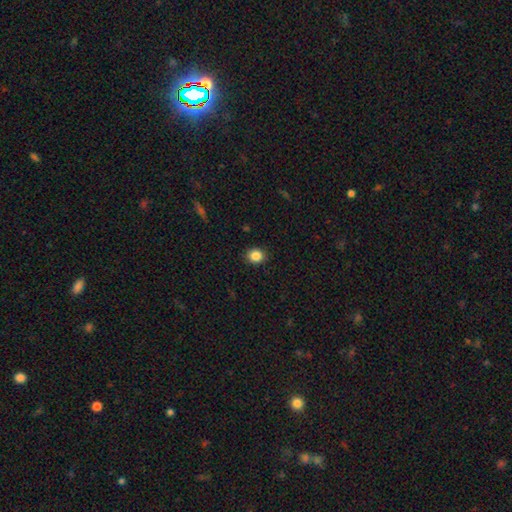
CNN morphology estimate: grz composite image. It shows a smooth galaxy with no disk features (86%) that is round (75%). Merging: none (91%).